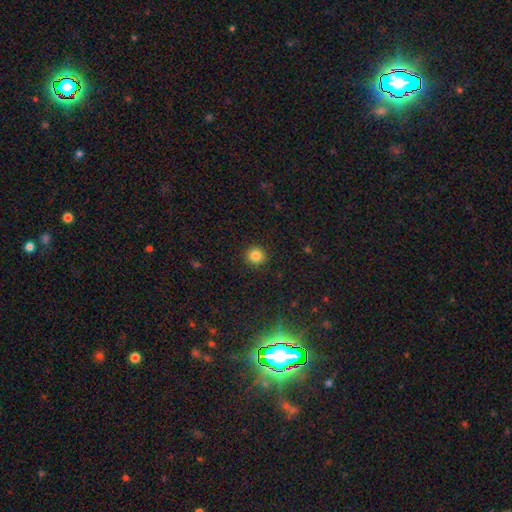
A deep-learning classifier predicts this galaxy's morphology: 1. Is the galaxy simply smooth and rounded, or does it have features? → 83% smooth, 12% star or artifact, 5% featured or disk.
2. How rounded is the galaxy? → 92% round, 7% in between, 1% cigar-shaped.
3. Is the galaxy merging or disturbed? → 92% none, 5% minor disturbance, 2% major disturbance, 1% merger.